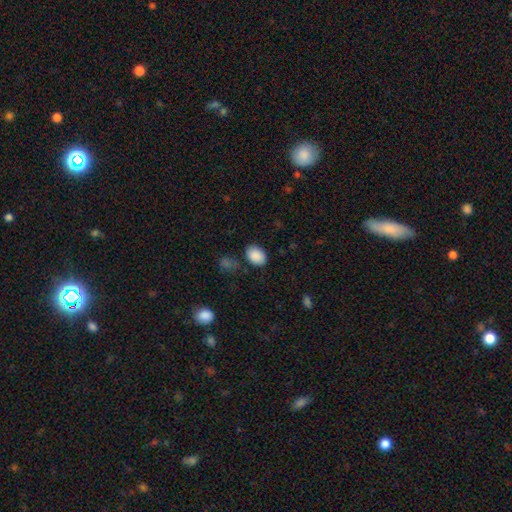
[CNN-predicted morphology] The model was most divided on "how rounded": in between: 78%, round: 21%, cigar-shaped: 1%. More confident: smooth or featured — smooth (89%); merging — none (80%).